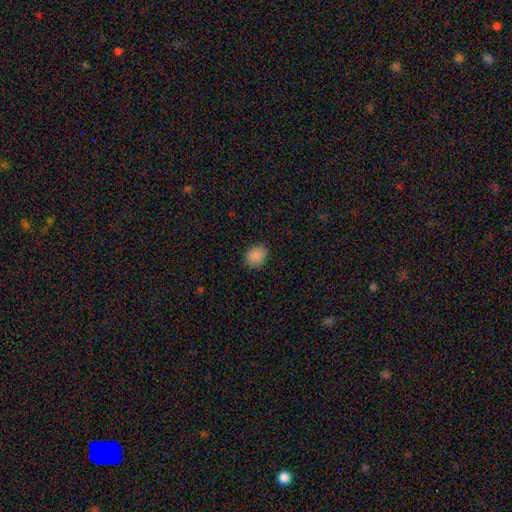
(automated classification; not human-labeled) Smooth or featured?
  - smooth: 88% *
  - star or artifact: 9%
  - featured or disk: 3%
How rounded?
  - in between: 53% *
  - round: 46%
  - cigar-shaped: 1%
Merging?
  - none: 85% *
  - minor disturbance: 11%
  - major disturbance: 3%
  - merger: 1%